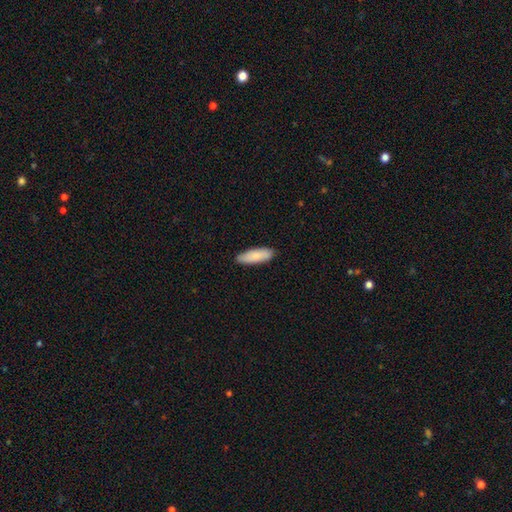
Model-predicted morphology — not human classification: Smooth or featured: smooth — 86% (featured or disk — 9%)
How rounded: in between — 58% (cigar-shaped — 41%)
Merging: none — 87% (minor disturbance — 11%)